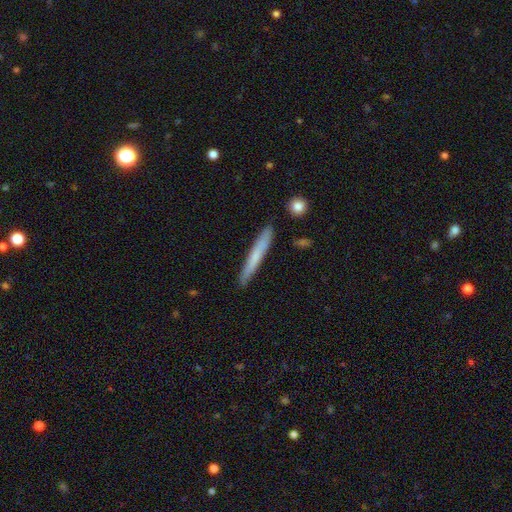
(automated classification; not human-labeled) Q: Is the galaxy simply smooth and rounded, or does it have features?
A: smooth — 63%.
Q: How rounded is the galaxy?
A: cigar-shaped — 96%.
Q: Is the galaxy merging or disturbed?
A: none — 89%.